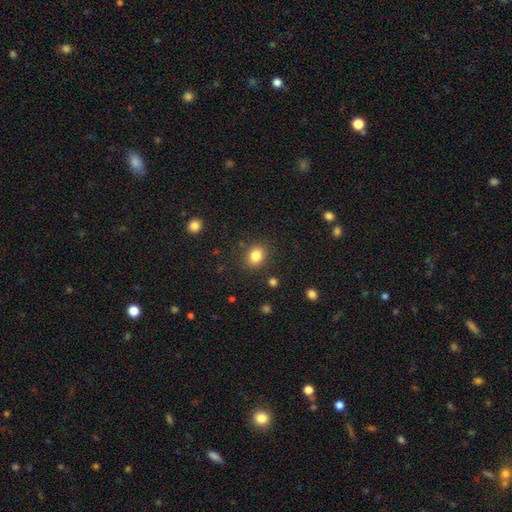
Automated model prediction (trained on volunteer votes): smooth 83%, star or artifact 11%, featured or disk 6%. Down the decision tree: how rounded — round (59%); merging — none (85%).